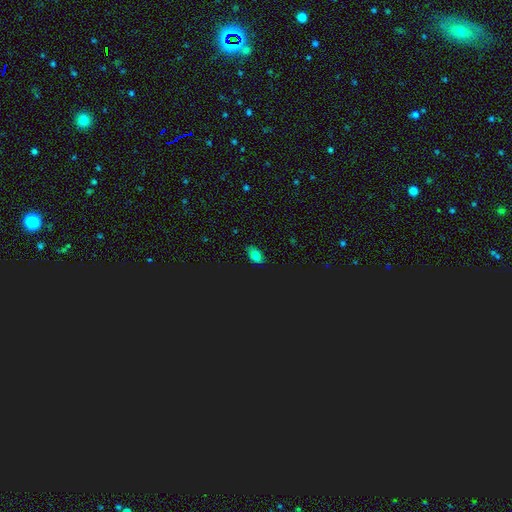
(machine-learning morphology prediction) A smooth galaxy with no disk features (72%) that is in between round and cigar-shaped (88%). Merging: none (80%).